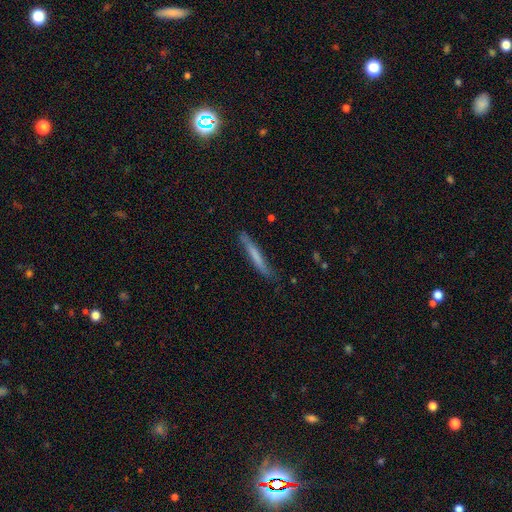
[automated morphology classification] Smooth or featured?
  - smooth: 63% *
  - featured or disk: 30%
  - star or artifact: 6%
How rounded?
  - cigar-shaped: 95% *
  - in between: 3%
  - round: 1%
Merging?
  - none: 80% *
  - minor disturbance: 16%
  - major disturbance: 3%
  - merger: 2%